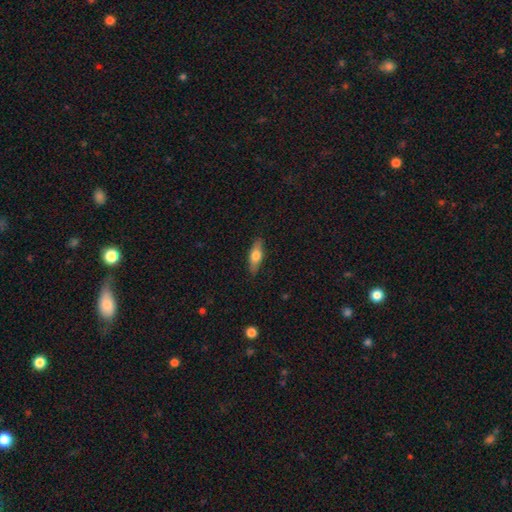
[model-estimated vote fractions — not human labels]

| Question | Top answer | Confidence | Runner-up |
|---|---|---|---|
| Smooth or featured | smooth | 61% | featured or disk (33%) |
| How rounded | in between | 52% | cigar-shaped (45%) |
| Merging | none | 86% | minor disturbance (10%) |